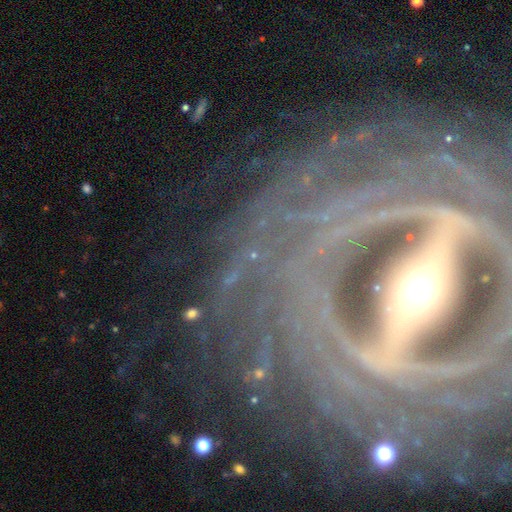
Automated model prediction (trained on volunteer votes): Smooth or featured?
  - featured or disk: 83% *
  - star or artifact: 11%
  - smooth: 6%
Edge-on disk?
  - no: 83% *
  - yes: 17%
Bar?
  - strong: 67% *
  - weak: 18%
  - no: 15%
Spiral arms?
  - yes: 86% *
  - no: 14%
Spiral winding?
  - tight: 69% *
  - medium: 21%
  - loose: 10%
Spiral arm count?
  - can't tell: 29% *
  - 2: 20%
  - more than 4: 14%
  - 3: 13%
  - 4: 12%
  - 1: 11%
Bulge size?
  - moderate: 52% *
  - small: 32%
  - large: 10%
  - dominant: 3%
  - none: 2%
Merging?
  - none: 74% *
  - minor disturbance: 12%
  - major disturbance: 10%
  - merger: 3%